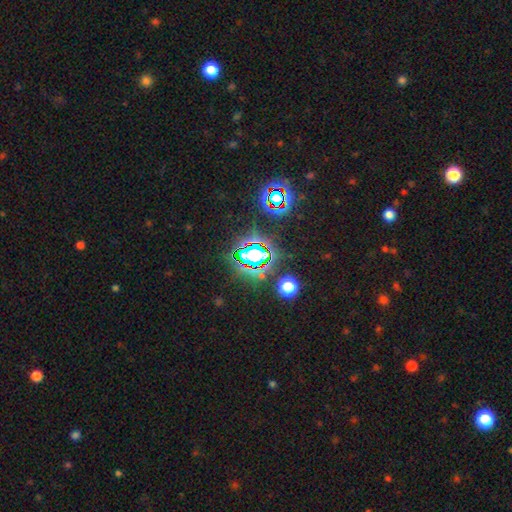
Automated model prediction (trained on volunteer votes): This appears to be a star or artifact, not a galaxy (80%).